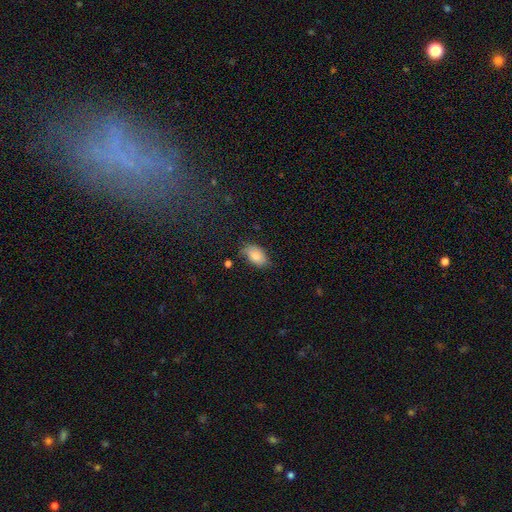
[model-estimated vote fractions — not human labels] This appears to be a smooth galaxy with no disk features (79%) that is in between round and cigar-shaped (92%). Merging: none (64%).